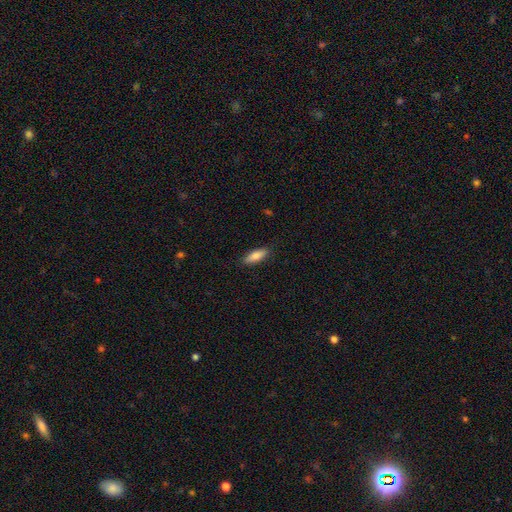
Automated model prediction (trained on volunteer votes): This is clearly a smooth galaxy (82%). How rounded: likely in between (60%). Merging: clearly none (87%).